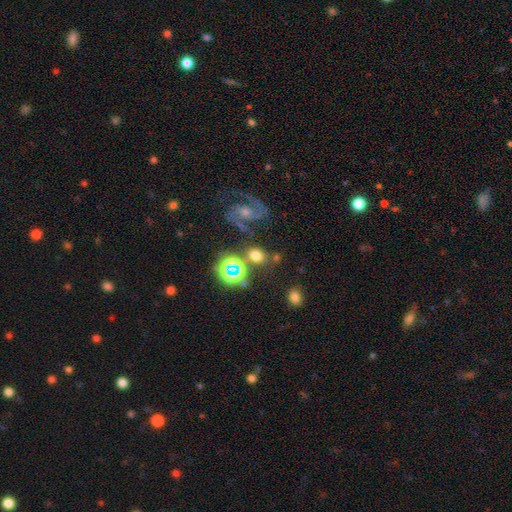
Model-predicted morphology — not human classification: type=smooth (62%); roundness=round (55%); merging=none (66%).